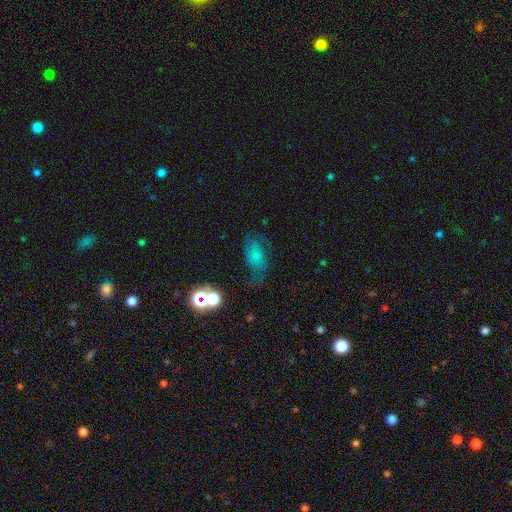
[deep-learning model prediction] Q: Smooth or featured?
A: smooth (51%); runner-up: featured or disk (33%)
Q: How rounded?
A: in between (85%); runner-up: round (11%)
Q: Merging?
A: none (46%); runner-up: minor disturbance (27%)